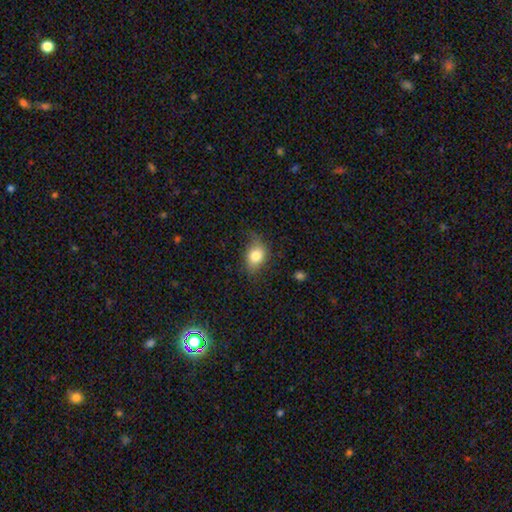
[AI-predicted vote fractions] This is likely a smooth galaxy (80%). How rounded: likely in between (70%). Merging: likely none (63%).